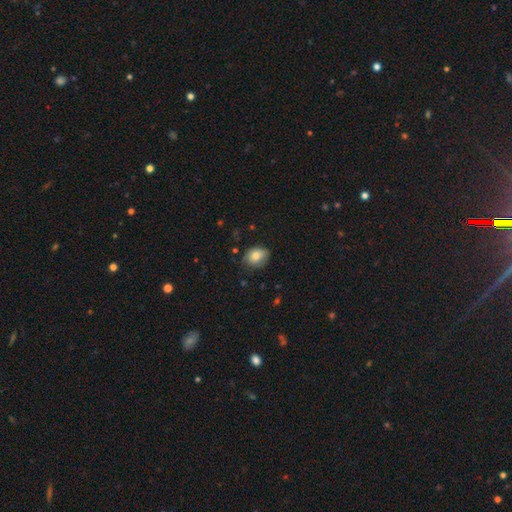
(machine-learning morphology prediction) Smooth or featured?
  - smooth: 79% *
  - featured or disk: 13%
  - star or artifact: 8%
How rounded?
  - in between: 58% *
  - round: 41%
  - cigar-shaped: 1%
Merging?
  - none: 70% *
  - minor disturbance: 25%
  - major disturbance: 4%
  - merger: 1%